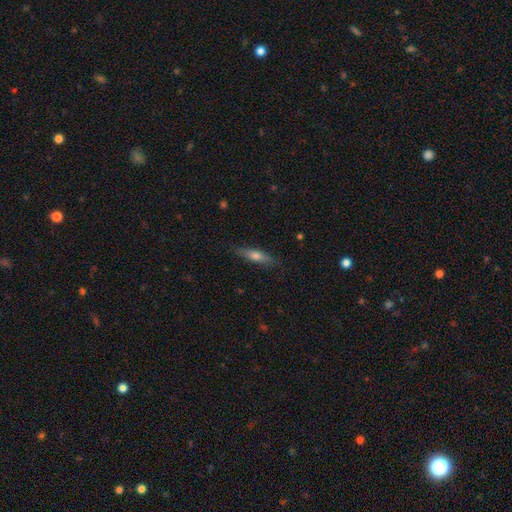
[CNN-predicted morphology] smooth 58%, featured or disk 35%, star or artifact 7%. Down the decision tree: how rounded — cigar-shaped (71%); merging — none (83%).